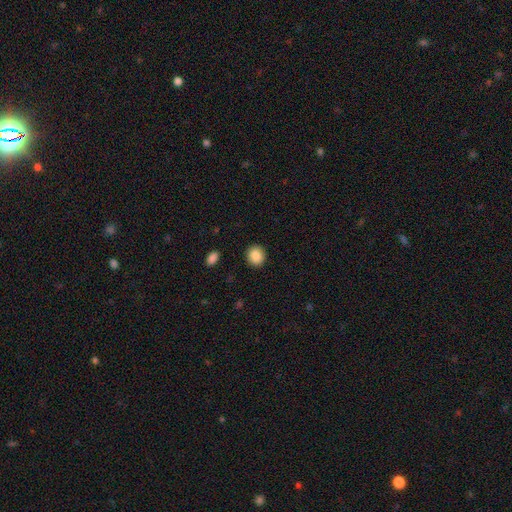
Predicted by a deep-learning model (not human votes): This is clearly a smooth galaxy (88%). How rounded: likely round (75%). Merging: clearly none (91%).